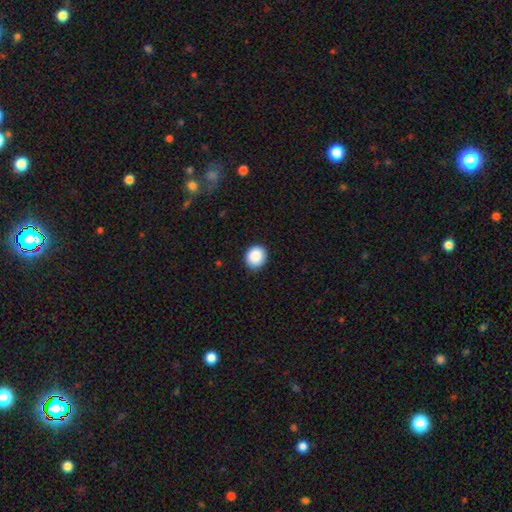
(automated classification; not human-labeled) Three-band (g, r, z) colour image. It shows a smooth galaxy with no disk features (88%) that is round (75%). Merging: none (88%).